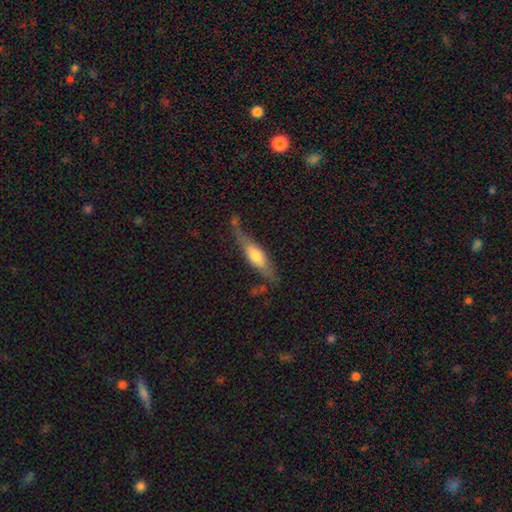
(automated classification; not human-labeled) This appears to be a featured or disk galaxy (48%). Merging: none (59%).